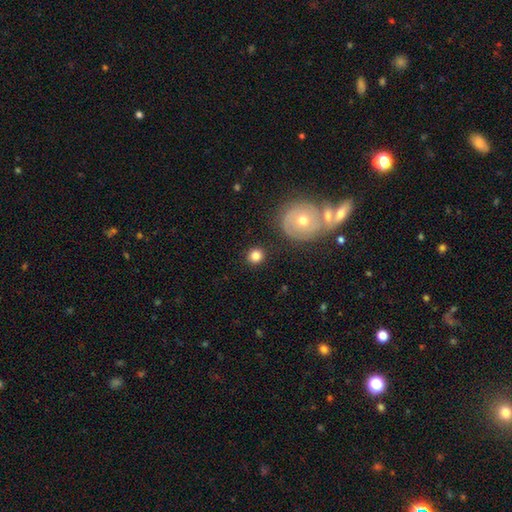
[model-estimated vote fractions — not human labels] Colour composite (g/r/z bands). It shows a smooth galaxy with no disk features (82%) that is round (91%). Merging: none (88%).